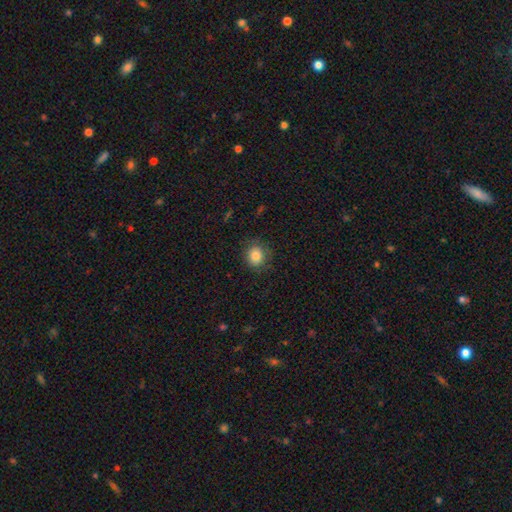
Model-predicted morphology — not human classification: Overall: smooth (84%). How rounded: round (78%). Merging: none (82%).